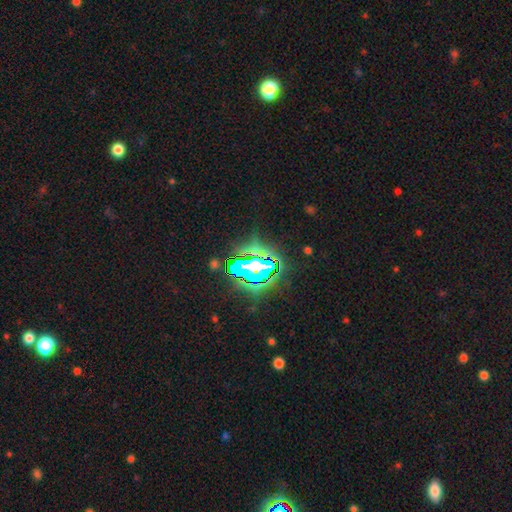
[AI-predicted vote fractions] smooth-or-featured: star or artifact: 74% | featured or disk: 13% | smooth: 13%